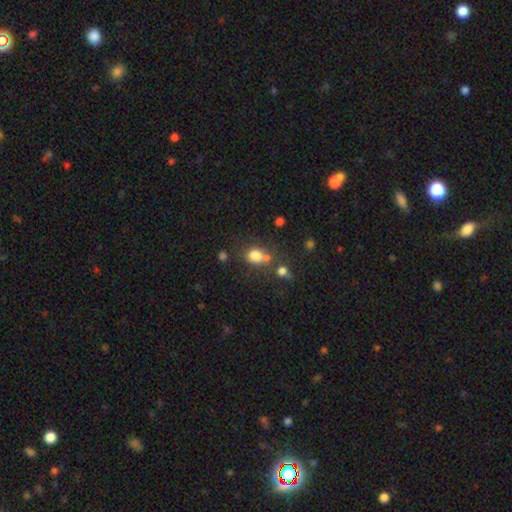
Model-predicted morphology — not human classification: Smooth or featured? Predicted: smooth (p=0.77). How rounded? Predicted: round (p=0.63). Merging? Predicted: none (p=0.50).